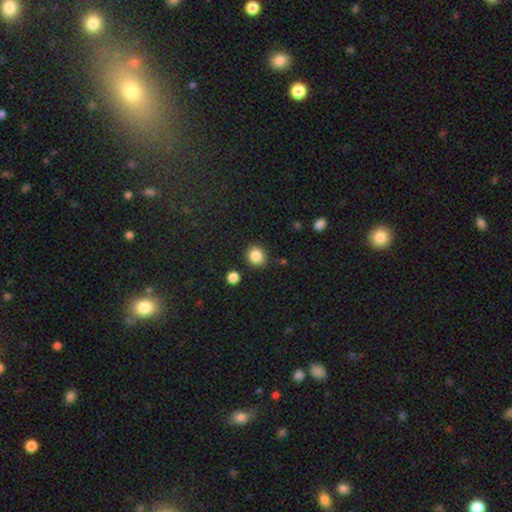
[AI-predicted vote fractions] smooth-or-featured: smooth: 86% | star or artifact: 10% | featured or disk: 4%
  how-rounded: round: 78% | in between: 21% | cigar-shaped: 1%
  merging: none: 84% | minor disturbance: 10% | merger: 4% | major disturbance: 3%